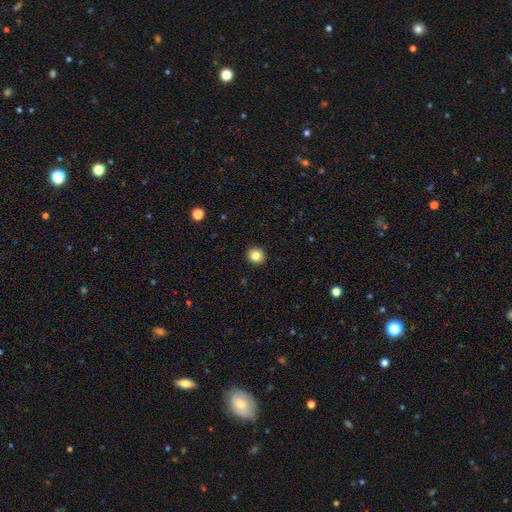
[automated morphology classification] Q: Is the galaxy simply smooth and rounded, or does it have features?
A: smooth — 83%.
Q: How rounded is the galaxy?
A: round — 92%.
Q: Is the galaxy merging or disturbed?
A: none — 93%.